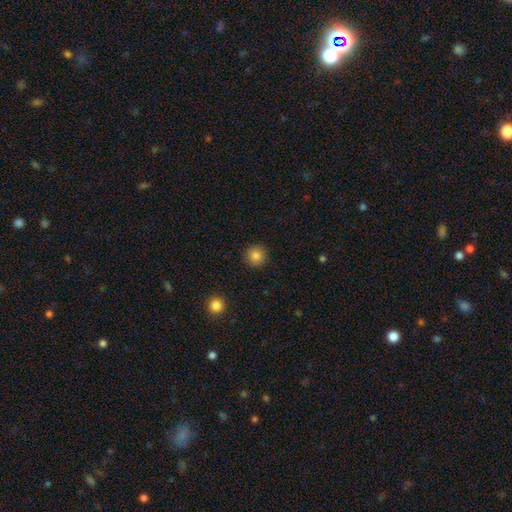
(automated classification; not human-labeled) The model was most divided on "smooth or featured": smooth: 85%, star or artifact: 10%, featured or disk: 5%. More confident: how rounded — round (94%); merging — none (91%).